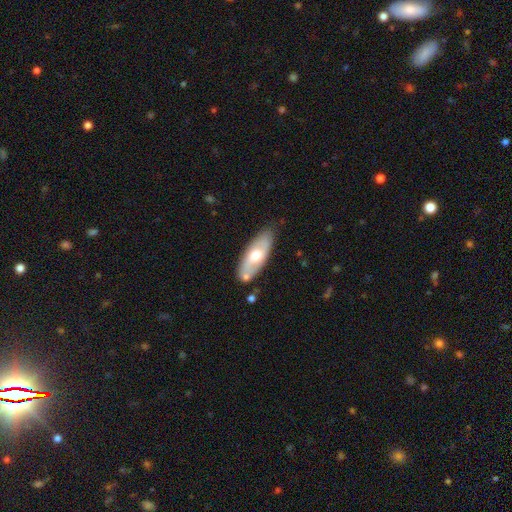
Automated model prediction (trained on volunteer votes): Smooth or featured? Predicted: featured or disk (p=0.48). Merging? Predicted: none (p=0.77).